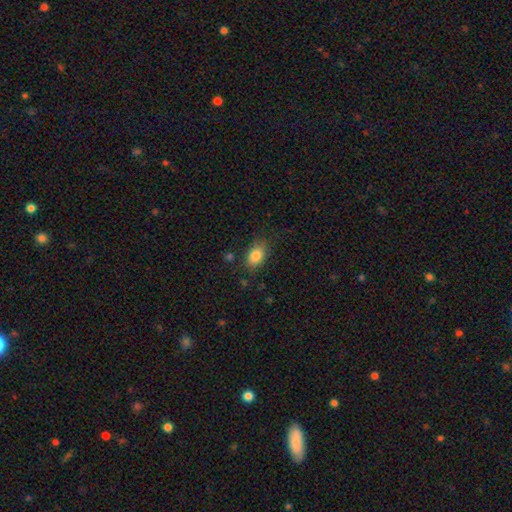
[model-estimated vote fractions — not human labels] Smooth or featured: smooth — 85% (star or artifact — 8%)
How rounded: in between — 86% (round — 12%)
Merging: none — 81% (minor disturbance — 14%)